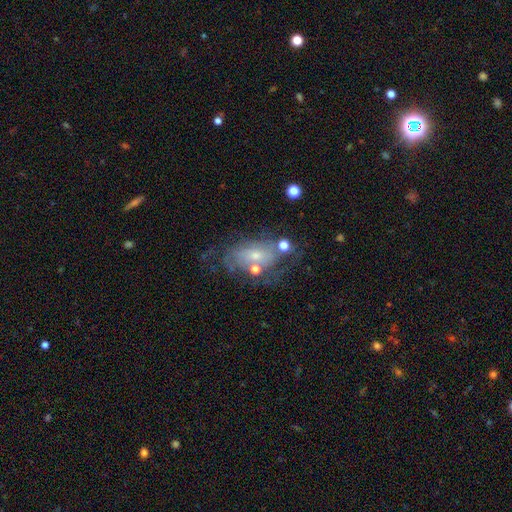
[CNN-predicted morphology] Overall: featured or disk (68%). Edge-on disk: no (95%). Bar: no (67%; weak 28%). Spiral arms: yes (77%). Bulge size: small (61%; moderate 30%). Merging: none (50%; minor disturbance 22%).